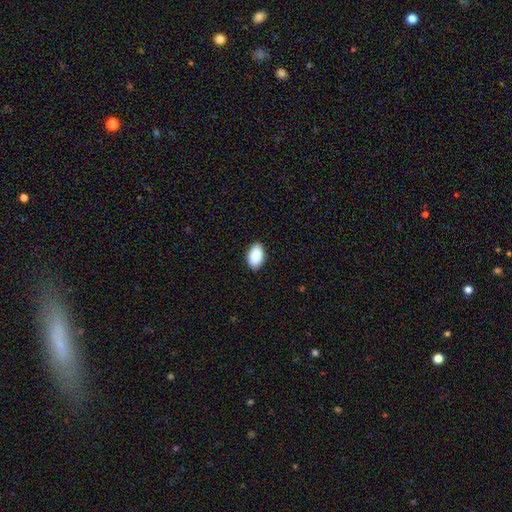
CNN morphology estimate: Smooth or featured? smooth (87%)
How rounded? in between (93%)
Merging? none (90%)